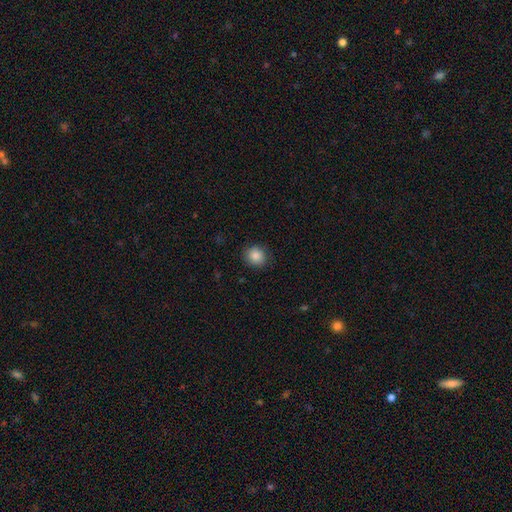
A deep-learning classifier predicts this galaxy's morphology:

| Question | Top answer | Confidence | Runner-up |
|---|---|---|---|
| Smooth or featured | smooth | 87% | star or artifact (9%) |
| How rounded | round | 82% | in between (17%) |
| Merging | none | 87% | minor disturbance (10%) |